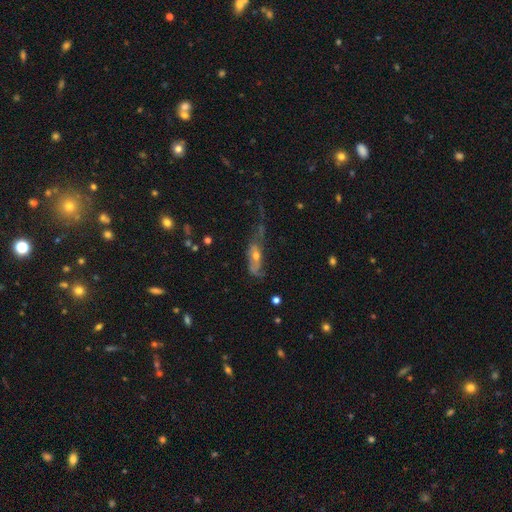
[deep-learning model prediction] This appears to be a featured or disk galaxy (55%). Merging: major disturbance (45%).